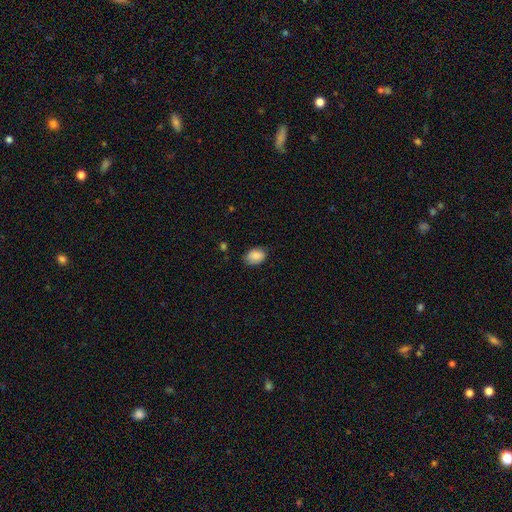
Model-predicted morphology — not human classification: A smooth galaxy with no disk features (86%) that is in between round and cigar-shaped (82%).

Vote fractions:
- Smooth or featured? smooth: 86% / star or artifact: 7% / featured or disk: 7%
- How rounded? in between: 82% / round: 17% / cigar-shaped: 1%
- Merging? none: 77% / minor disturbance: 19% / major disturbance: 3% / merger: 1%